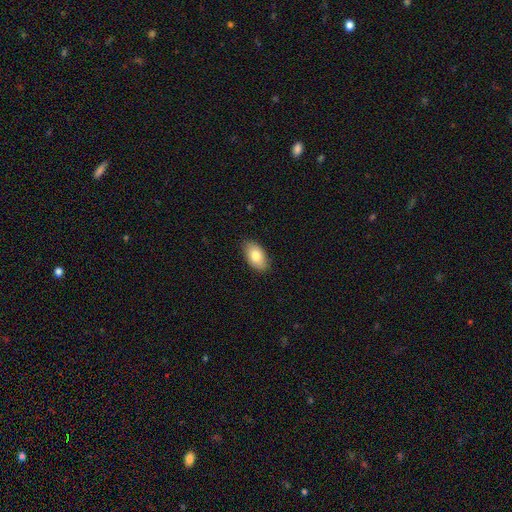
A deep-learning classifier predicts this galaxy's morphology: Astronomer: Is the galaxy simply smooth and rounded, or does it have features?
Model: smooth — 80%.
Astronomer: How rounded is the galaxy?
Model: in between — 93%.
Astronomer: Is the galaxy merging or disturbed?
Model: none — 86%.